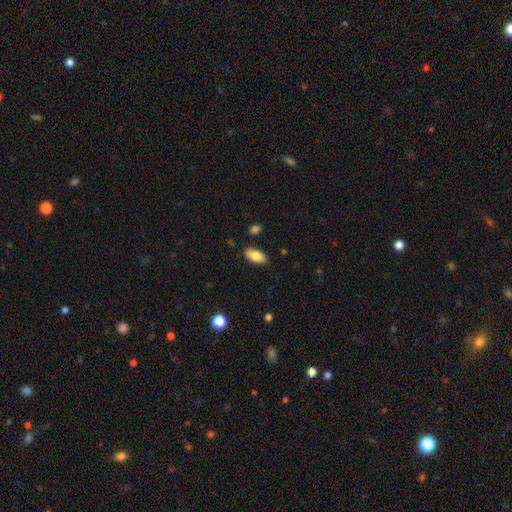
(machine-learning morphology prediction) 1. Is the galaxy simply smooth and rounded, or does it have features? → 81% smooth, 13% featured or disk, 7% star or artifact.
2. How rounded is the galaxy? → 91% in between, 7% cigar-shaped, 2% round.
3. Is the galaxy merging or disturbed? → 84% none, 11% minor disturbance, 2% major disturbance, 2% merger.